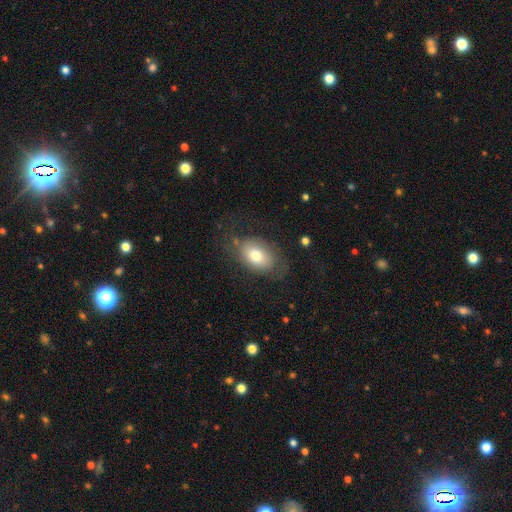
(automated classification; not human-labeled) The model was most divided on "merging": none: 62%, minor disturbance: 21%, major disturbance: 16%, merger: 2%. More confident: how rounded — in between (84%); smooth or featured — smooth (70%).